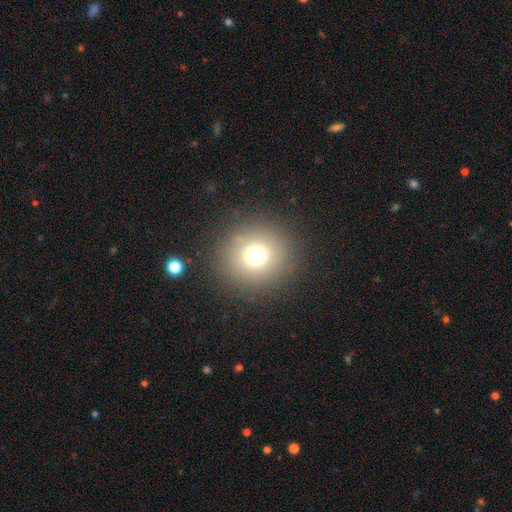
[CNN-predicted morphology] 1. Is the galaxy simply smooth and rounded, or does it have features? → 70% smooth, 20% star or artifact, 10% featured or disk.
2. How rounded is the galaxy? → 93% round, 6% in between, 1% cigar-shaped.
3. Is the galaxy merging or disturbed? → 88% none, 7% minor disturbance, 4% major disturbance, 2% merger.